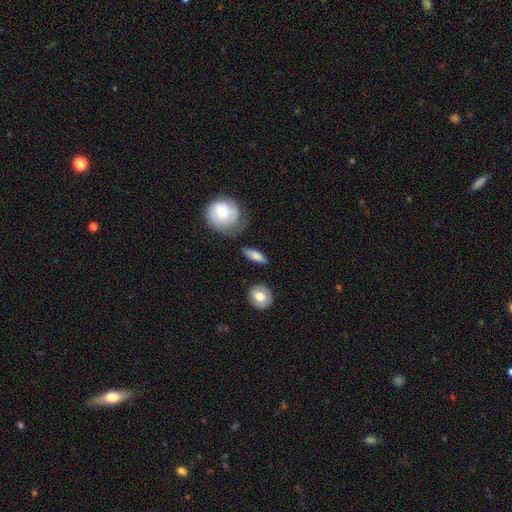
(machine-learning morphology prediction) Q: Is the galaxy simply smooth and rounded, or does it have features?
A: smooth — 75%.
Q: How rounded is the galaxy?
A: in between — 61%.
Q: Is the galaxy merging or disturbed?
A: none — 73%.